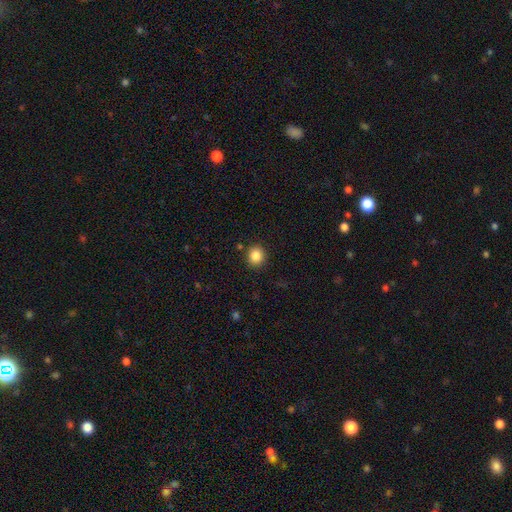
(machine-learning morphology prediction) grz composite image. It shows a smooth galaxy with no disk features (86%) that is round (86%). Merging: none (89%).